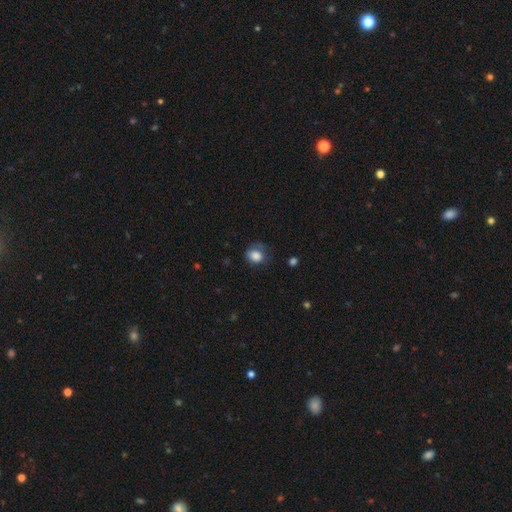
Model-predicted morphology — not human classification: This is clearly a smooth galaxy (83%). How rounded: possibly round (59%). Merging: possibly none (53%).